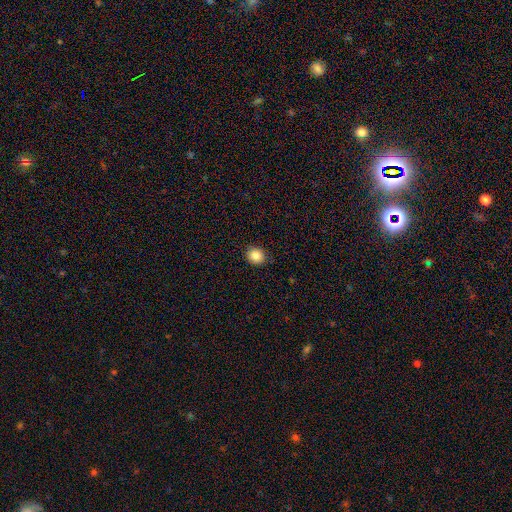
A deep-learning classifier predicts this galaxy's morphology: Smooth or featured? smooth (87%)
How rounded? round (78%)
Merging? none (89%)